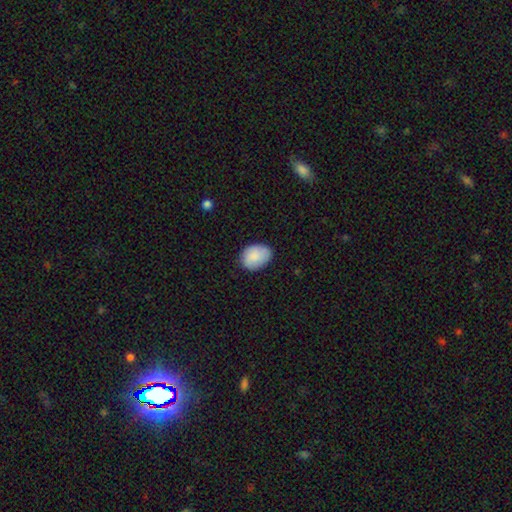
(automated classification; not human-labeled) Overall: smooth (87%). How rounded: in between (70%). Merging: none (79%).